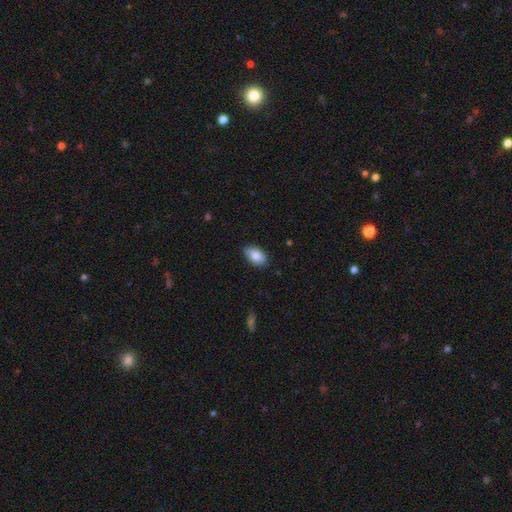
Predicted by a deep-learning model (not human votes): This is clearly a smooth galaxy (85%). How rounded: clearly in between (93%). Merging: likely none (77%).